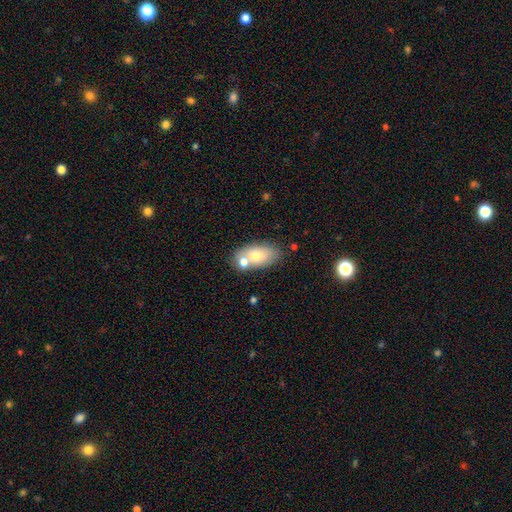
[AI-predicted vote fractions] Q: Smooth or featured?
A: smooth (69%); runner-up: featured or disk (23%)
Q: How rounded?
A: in between (89%); runner-up: round (8%)
Q: Merging?
A: none (54%); runner-up: merger (29%)